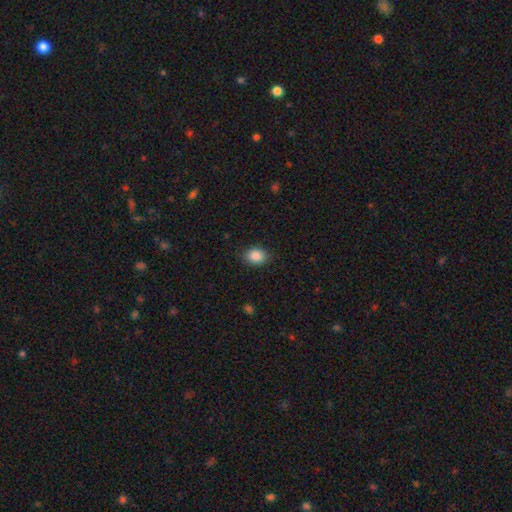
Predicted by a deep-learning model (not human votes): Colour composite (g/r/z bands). It shows a smooth galaxy with no disk features (87%) that is in between round and cigar-shaped (55%). Merging: none (86%).